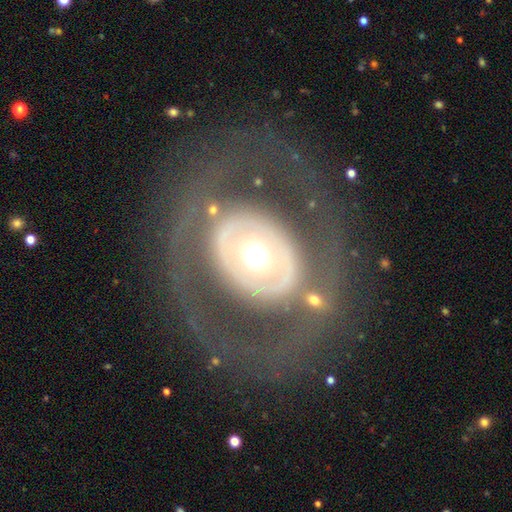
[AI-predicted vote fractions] A featured or disk galaxy (66%) with no bar (86%), no spiral arms (82%) and a moderate central bulge (58%).

Vote fractions:
- Smooth or featured? featured or disk: 66% / smooth: 27% / star or artifact: 6%
- Edge-on disk? no: 93% / yes: 7%
- Bar? no: 86% / weak: 9% / strong: 5%
- Spiral arms? no: 82% / yes: 18%
- Bulge size? moderate: 58% / large: 28% / small: 8% / dominant: 4% / none: 1%
- Merging? none: 76% / major disturbance: 12% / minor disturbance: 10% / merger: 2%